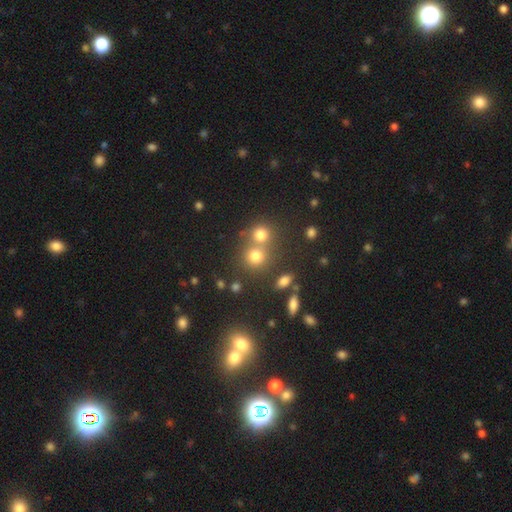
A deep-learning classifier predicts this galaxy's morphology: smooth 73%, star or artifact 17%, featured or disk 10%. Down the decision tree: how rounded — round (84%); merging — none (50%).